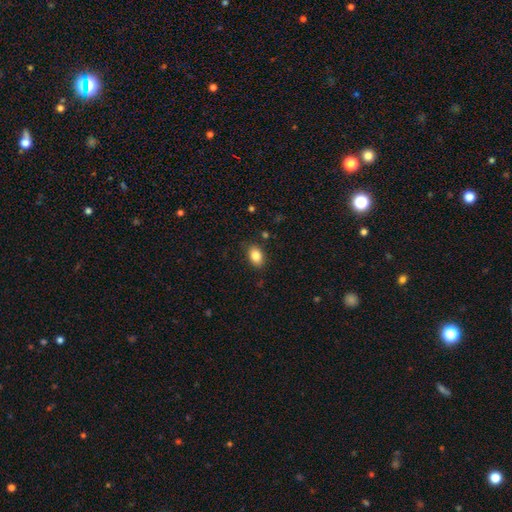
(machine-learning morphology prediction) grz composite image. It shows a smooth galaxy with no disk features (84%) that is in between round and cigar-shaped (83%). Merging: none (86%).